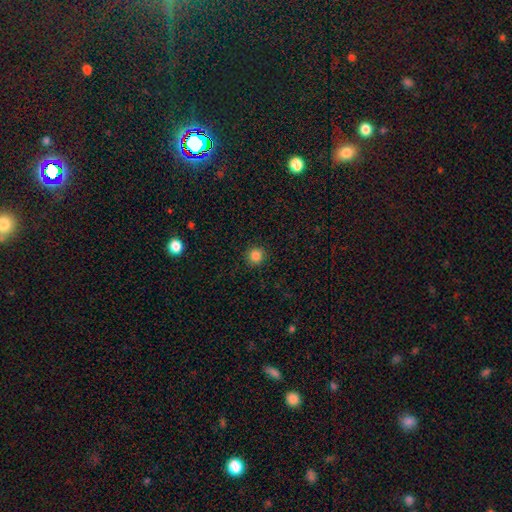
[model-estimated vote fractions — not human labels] smooth 85%, star or artifact 12%, featured or disk 4%. Down the decision tree: how rounded — round (94%); merging — none (92%).